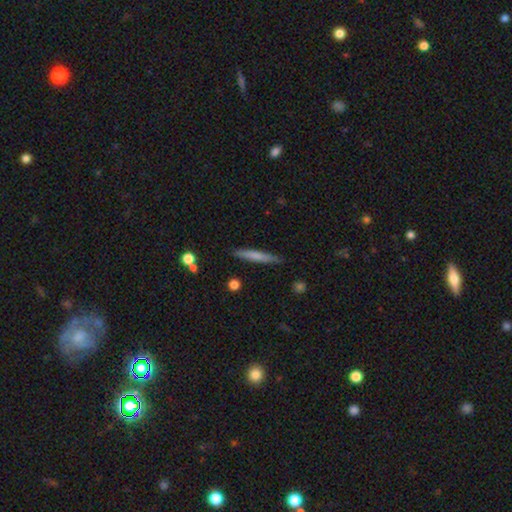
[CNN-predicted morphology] Smooth or featured? Predicted: smooth (p=0.64). How rounded? Predicted: cigar-shaped (p=0.94). Merging? Predicted: none (p=0.87).